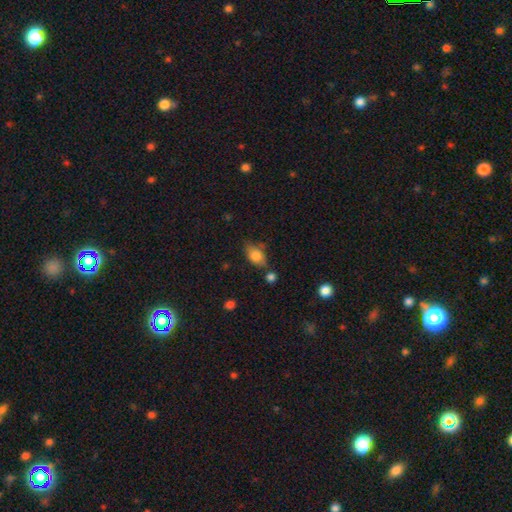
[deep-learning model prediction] This appears to be a smooth galaxy with no disk features (81%) that is in between round and cigar-shaped (87%). Merging: none (64%).